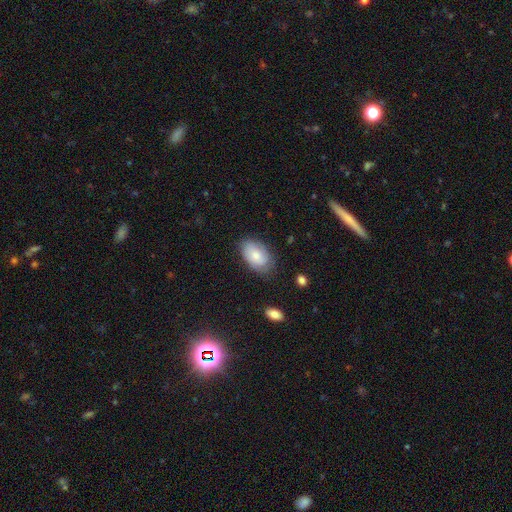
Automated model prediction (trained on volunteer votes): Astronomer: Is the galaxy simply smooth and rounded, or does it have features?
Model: smooth — 73%.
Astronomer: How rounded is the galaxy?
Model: in between — 91%.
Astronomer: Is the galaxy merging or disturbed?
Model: none — 74%.